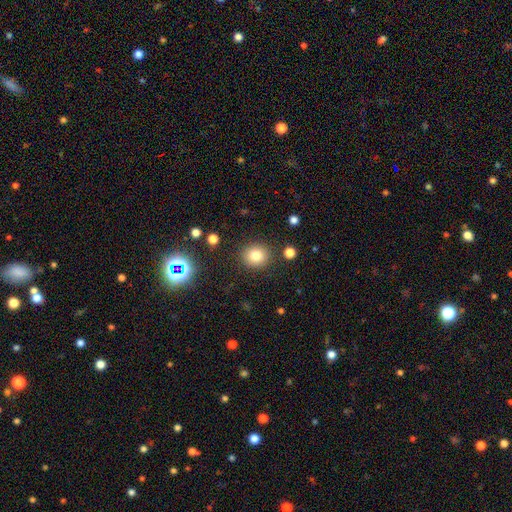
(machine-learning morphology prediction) Q: Smooth or featured?
A: smooth (79%); runner-up: star or artifact (13%)
Q: How rounded?
A: round (83%); runner-up: in between (16%)
Q: Merging?
A: none (88%); runner-up: minor disturbance (7%)